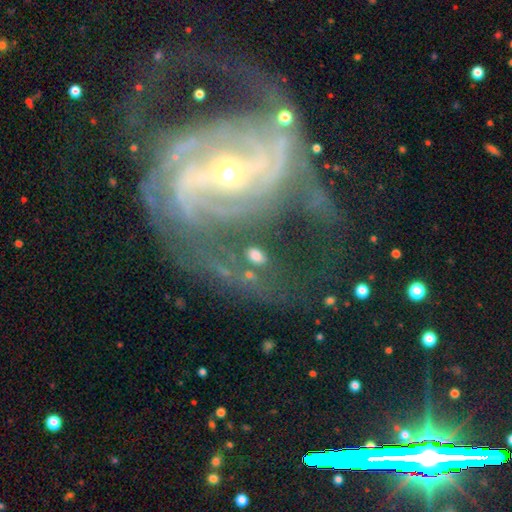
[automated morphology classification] A smooth galaxy with no disk features (60%) that is in between round and cigar-shaped (80%).

Vote fractions:
- Smooth or featured? smooth: 60% / featured or disk: 22% / star or artifact: 18%
- How rounded? in between: 80% / round: 17% / cigar-shaped: 3%
- Merging? none: 69% / minor disturbance: 16% / major disturbance: 8% / merger: 7%